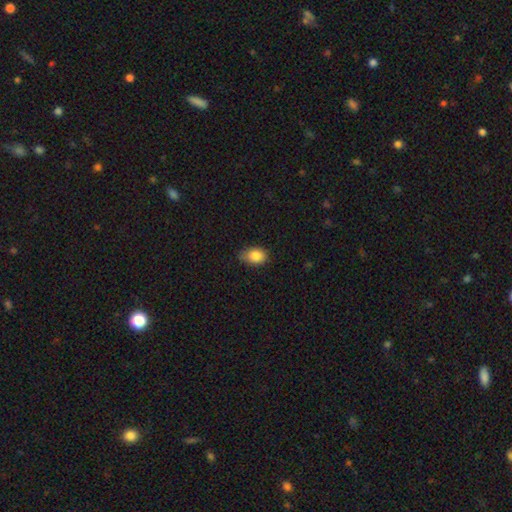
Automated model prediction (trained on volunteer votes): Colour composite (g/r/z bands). It shows a smooth galaxy with no disk features (85%) that is in between round and cigar-shaped (80%). Merging: none (63%).